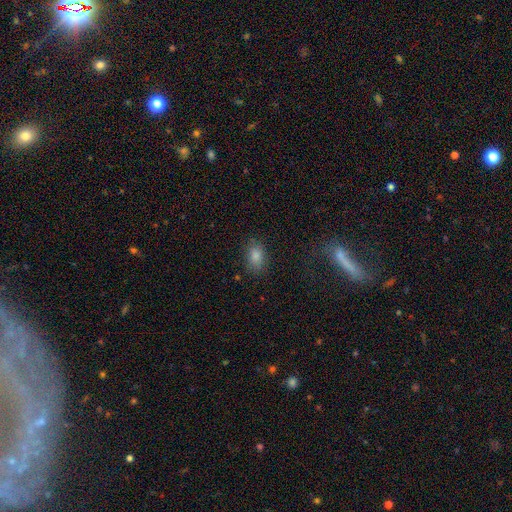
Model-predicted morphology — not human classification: A smooth galaxy with no disk features (80%) that is in between round and cigar-shaped (81%).

Vote fractions:
- Smooth or featured? smooth: 80% / star or artifact: 13% / featured or disk: 8%
- How rounded? in between: 81% / round: 16% / cigar-shaped: 3%
- Merging? none: 83% / minor disturbance: 11% / major disturbance: 4% / merger: 2%